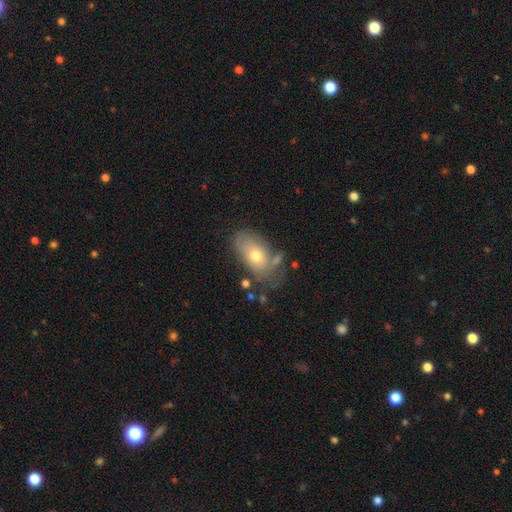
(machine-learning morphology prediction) Smooth or featured? Predicted: smooth (p=0.60). How rounded? Predicted: in between (p=0.89). Merging? Predicted: none (p=0.49).